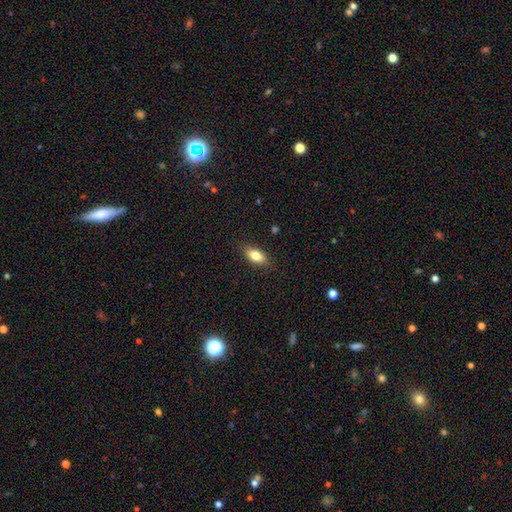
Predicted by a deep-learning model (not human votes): A smooth galaxy with no disk features (78%) that is in between round and cigar-shaped (82%).

Vote fractions:
- Smooth or featured? smooth: 78% / featured or disk: 15% / star or artifact: 7%
- How rounded? in between: 82% / cigar-shaped: 14% / round: 4%
- Merging? none: 86% / minor disturbance: 10% / major disturbance: 2% / merger: 1%